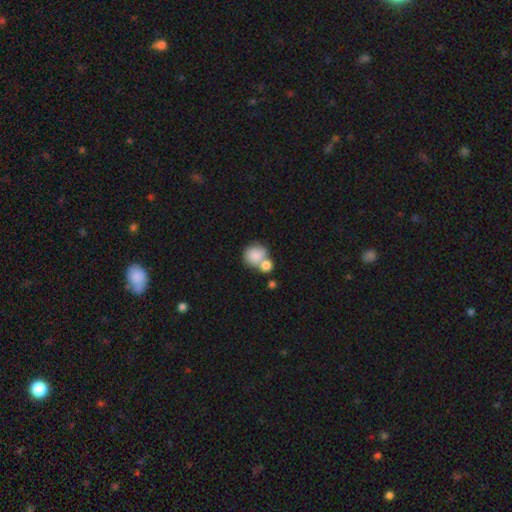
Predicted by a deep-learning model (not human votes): Q: Smooth or featured?
A: smooth (83%); runner-up: featured or disk (9%)
Q: How rounded?
A: round (81%); runner-up: in between (18%)
Q: Merging?
A: merger (45%); runner-up: none (40%)